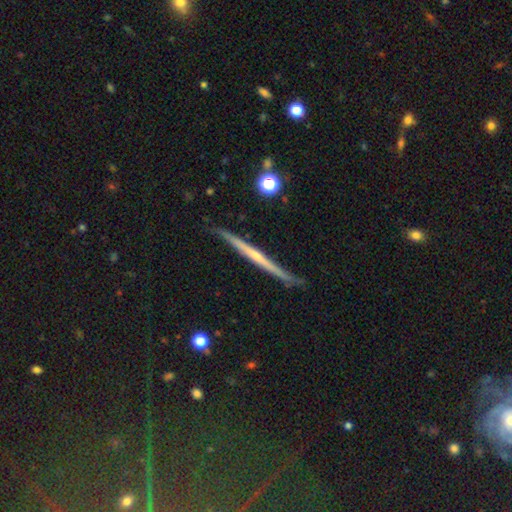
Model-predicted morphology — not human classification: This appears to be a featured or disk galaxy (74%) viewed edge-on (98%) with no central bulge (51%). Merging: none (87%).